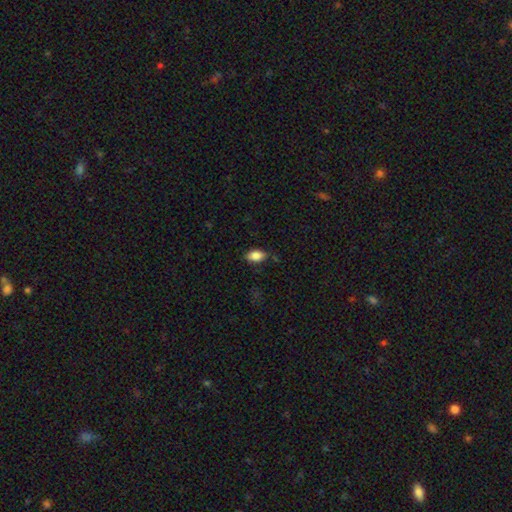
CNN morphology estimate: This appears to be a smooth galaxy with no disk features (86%) that is in between round and cigar-shaped (91%). Merging: none (80%).